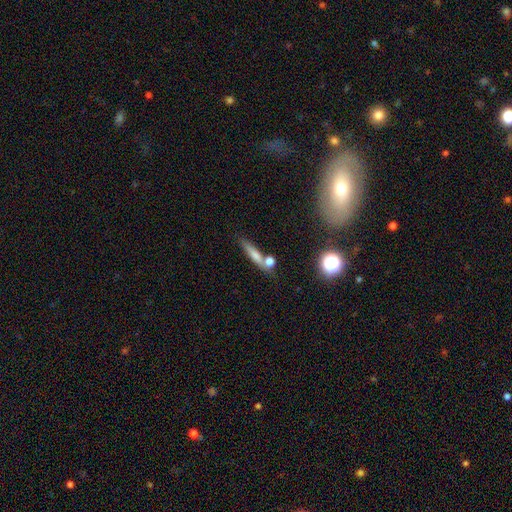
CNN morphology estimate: This appears to be a smooth galaxy with no disk features (66%) that is cigar-shaped (78%). Merging: none (63%).